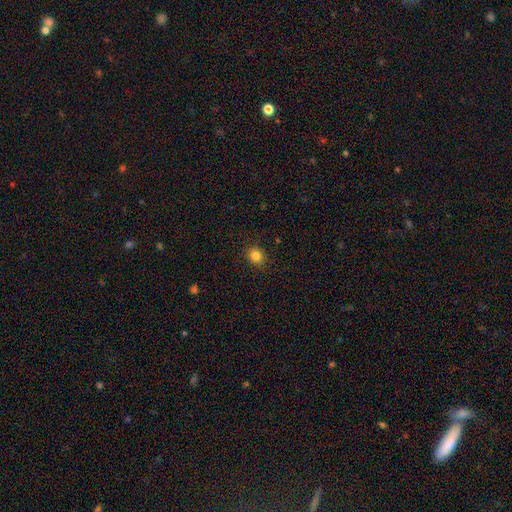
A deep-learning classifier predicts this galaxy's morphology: type=smooth (84%); roundness=round (74%); merging=none (88%).